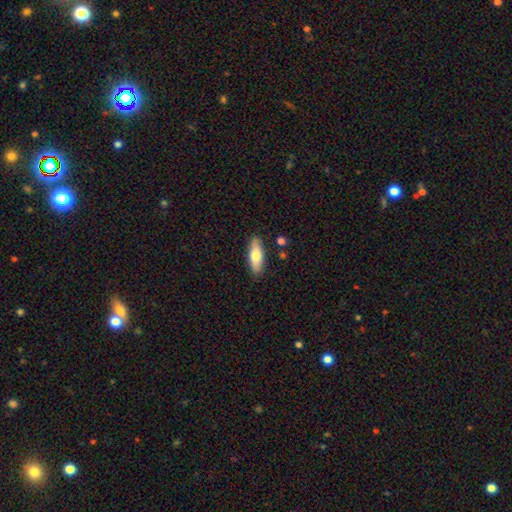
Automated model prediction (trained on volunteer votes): A smooth galaxy with no disk features (66%) that is in between round and cigar-shaped (61%). Merging: none (85%).